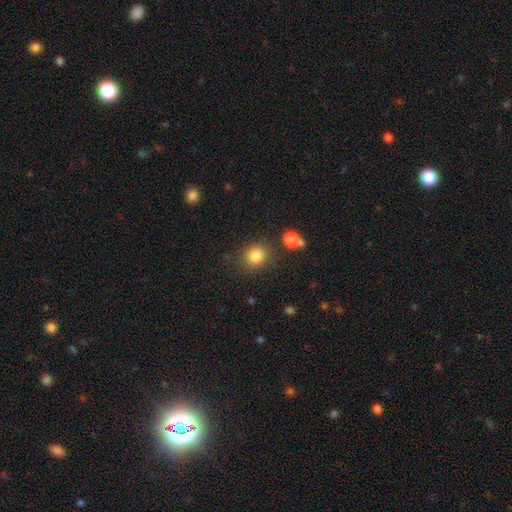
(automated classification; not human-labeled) smooth_or_featured: smooth (p=0.83) [alt: star or artifact p=0.12]
how_rounded: round (p=0.82) [alt: in between p=0.17]
merging: none (p=0.82) [alt: minor disturbance p=0.09]